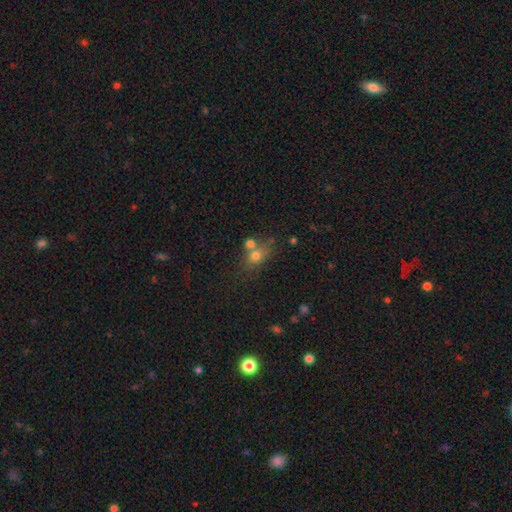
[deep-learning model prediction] Overall: smooth (72%). How rounded: round (52%; in between 46%). Merging: none (44%; merger 38%).